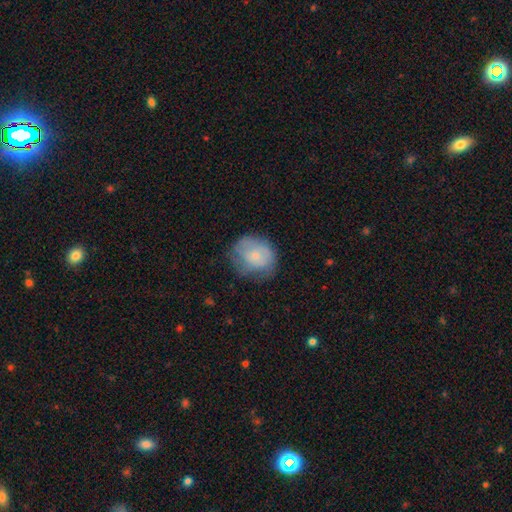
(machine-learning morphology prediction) Q: Smooth or featured?
A: smooth (66%); runner-up: featured or disk (27%)
Q: How rounded?
A: round (71%); runner-up: in between (28%)
Q: Merging?
A: none (55%); runner-up: minor disturbance (30%)